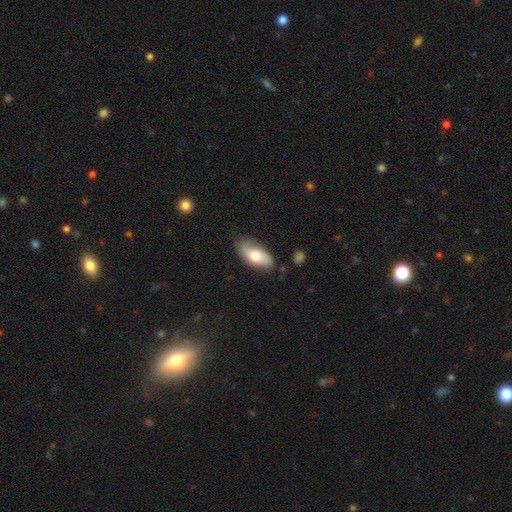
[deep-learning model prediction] A smooth galaxy with no disk features (75%) that is in between round and cigar-shaped (90%).

Vote fractions:
- Smooth or featured? smooth: 75% / featured or disk: 19% / star or artifact: 6%
- How rounded? in between: 90% / cigar-shaped: 7% / round: 2%
- Merging? none: 70% / minor disturbance: 23% / major disturbance: 5% / merger: 3%